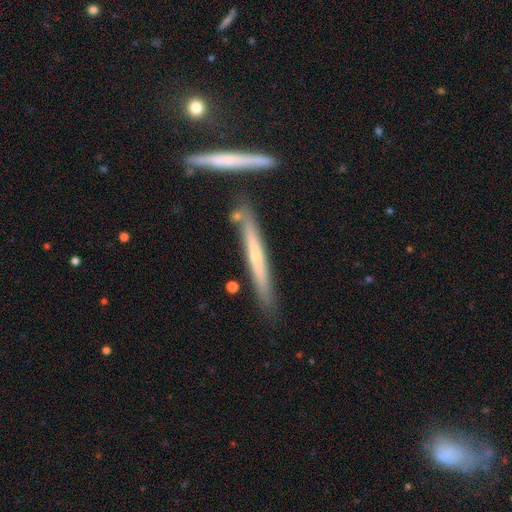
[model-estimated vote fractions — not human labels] Overall: featured or disk (55%; smooth 39%). Edge-on disk: yes (95%). Edge-on bulge: none (60%; rounded 35%). Merging: none (79%).